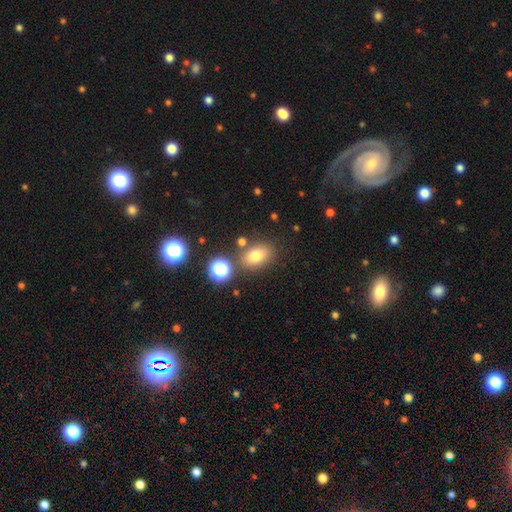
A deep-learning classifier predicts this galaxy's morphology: type=smooth (74%); roundness=in between (73%); merging=none (75%).